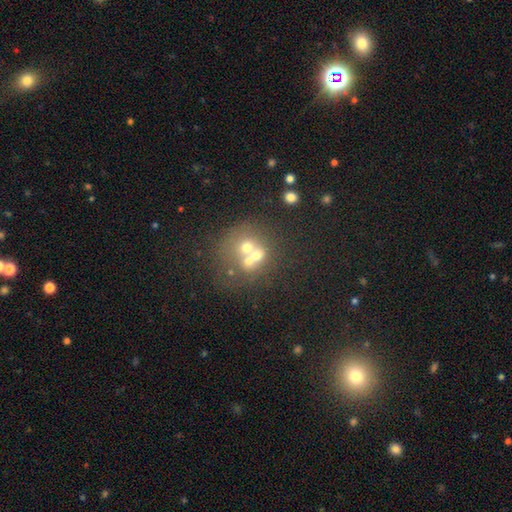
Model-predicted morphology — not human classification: A smooth galaxy with no disk features (47%).

Vote fractions:
- Smooth or featured? smooth: 47% / featured or disk: 34% / star or artifact: 18%
- Merging? merger: 55% / none: 32% / minor disturbance: 8% / major disturbance: 6%